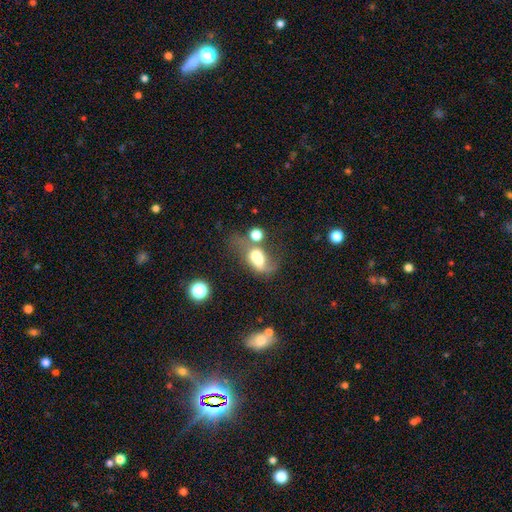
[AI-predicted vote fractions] Morphology: type=smooth (52%); roundness=in between (73%); merging=merger (43%).